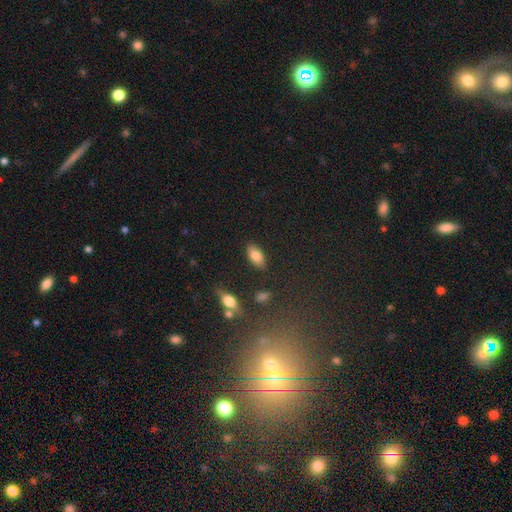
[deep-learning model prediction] Smooth or featured: smooth — 82% (featured or disk — 10%)
How rounded: in between — 90% (cigar-shaped — 7%)
Merging: none — 85% (minor disturbance — 10%)